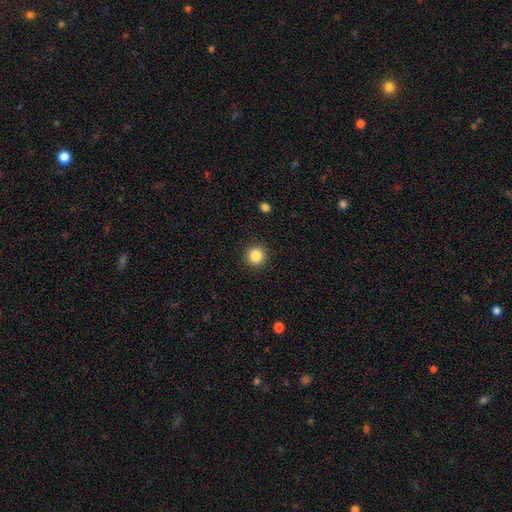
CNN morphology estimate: A smooth galaxy with no disk features (85%) that is round (95%). Merging: none (92%).